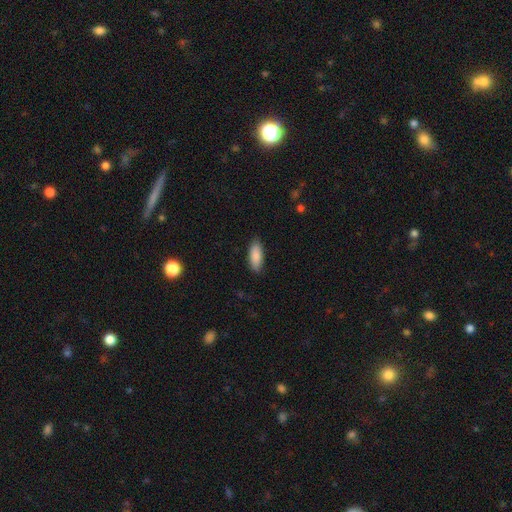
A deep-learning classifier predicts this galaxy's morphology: Smooth or featured: smooth — 89% (star or artifact — 6%)
How rounded: in between — 80% (cigar-shaped — 19%)
Merging: none — 86% (minor disturbance — 10%)